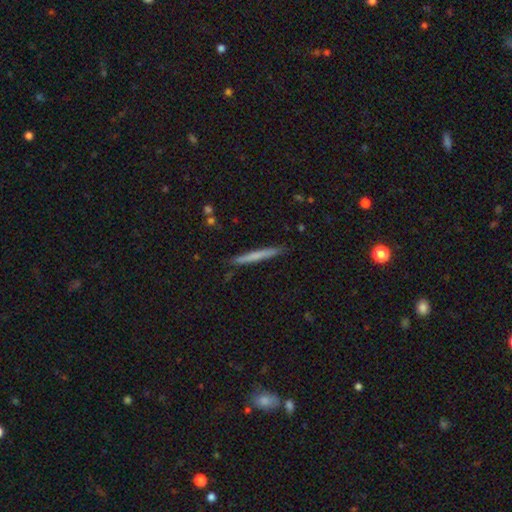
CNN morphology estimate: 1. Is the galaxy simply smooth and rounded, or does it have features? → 62% smooth, 32% featured or disk, 6% star or artifact.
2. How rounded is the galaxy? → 97% cigar-shaped, 2% in between, 1% round.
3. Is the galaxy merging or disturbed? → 88% none, 9% minor disturbance, 2% major disturbance, 1% merger.